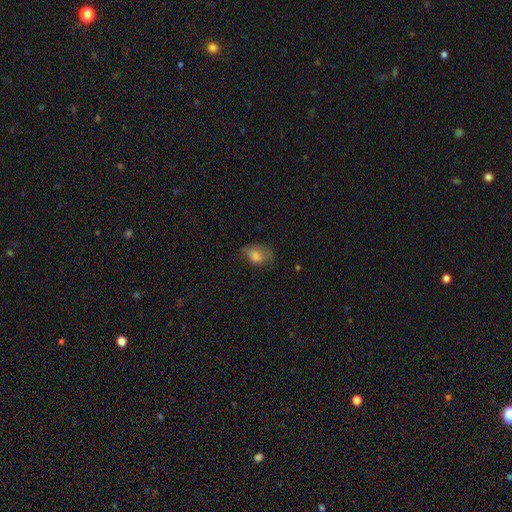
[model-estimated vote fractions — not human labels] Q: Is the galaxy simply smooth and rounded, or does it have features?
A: smooth — 70%.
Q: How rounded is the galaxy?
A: in between — 74%.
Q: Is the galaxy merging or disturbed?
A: none — 45%.